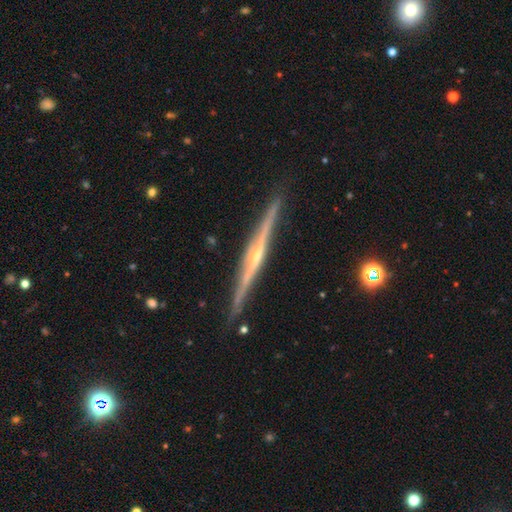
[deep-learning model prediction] smooth-or-featured: featured or disk: 85% | smooth: 10% | star or artifact: 5%
  disk-edge-on: yes: 98% | no: 2%
    edge-on-bulge: rounded: 61% | none: 30% | boxy: 9%
  merging: none: 90% | minor disturbance: 7% | merger: 1% | major disturbance: 1%